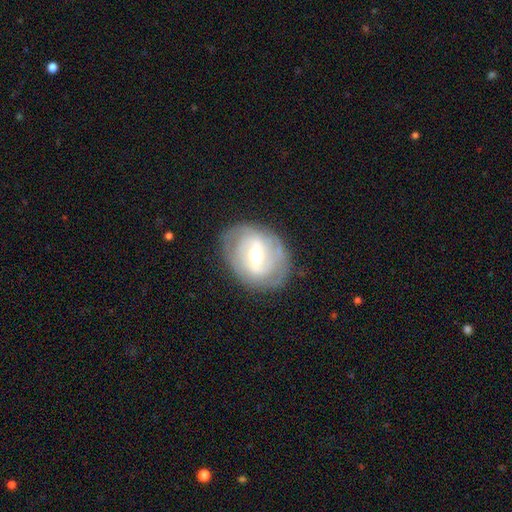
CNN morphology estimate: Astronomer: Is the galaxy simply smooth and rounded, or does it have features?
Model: featured or disk — 75%.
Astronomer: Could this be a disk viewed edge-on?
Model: no — 95%.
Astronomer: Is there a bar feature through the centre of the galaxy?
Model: weak — 44% (runner-up: strong, 40%).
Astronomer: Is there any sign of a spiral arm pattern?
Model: yes — 74%.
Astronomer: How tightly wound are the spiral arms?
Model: tight — 55% (runner-up: medium, 31%).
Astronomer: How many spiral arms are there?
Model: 2 — 52% (runner-up: can't tell, 29%).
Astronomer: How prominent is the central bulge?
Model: moderate — 71%.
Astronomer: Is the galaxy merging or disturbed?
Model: none — 78%.